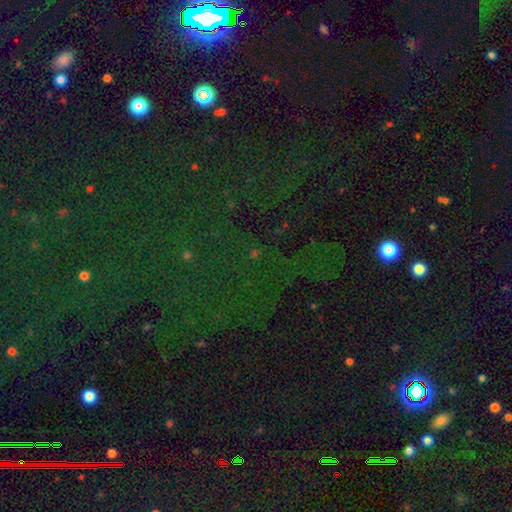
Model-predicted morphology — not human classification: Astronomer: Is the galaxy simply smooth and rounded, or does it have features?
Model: star or artifact — 77%.